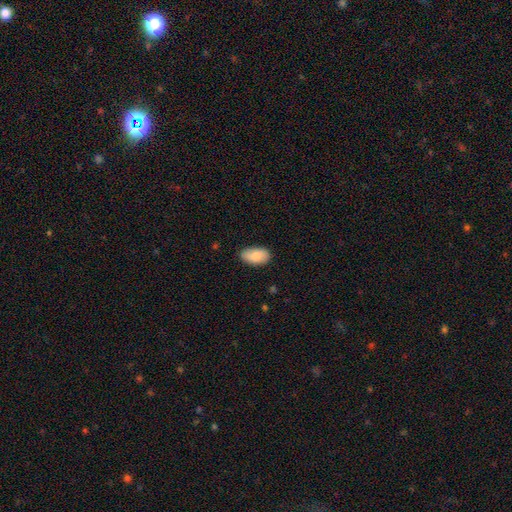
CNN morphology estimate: Smooth or featured: smooth — 85% (featured or disk — 8%)
How rounded: in between — 94% (round — 4%)
Merging: none — 82% (minor disturbance — 15%)